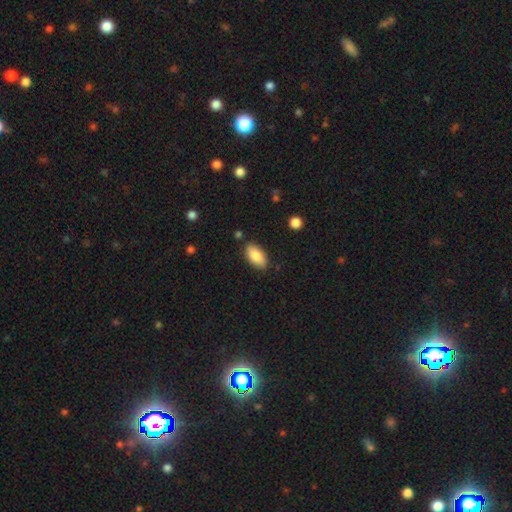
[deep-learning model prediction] Q: Smooth or featured?
A: smooth (85%); runner-up: featured or disk (8%)
Q: How rounded?
A: in between (93%); runner-up: cigar-shaped (5%)
Q: Merging?
A: none (85%); runner-up: minor disturbance (11%)